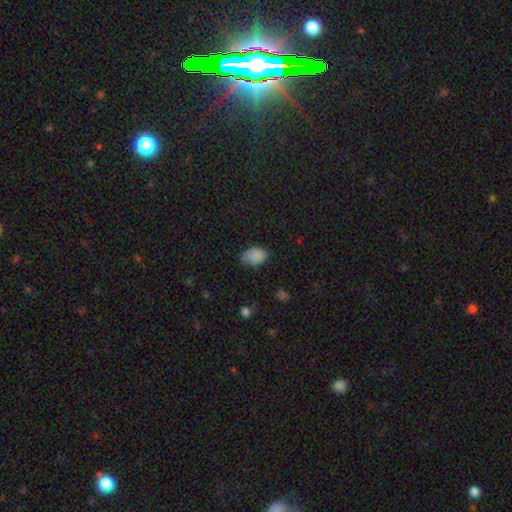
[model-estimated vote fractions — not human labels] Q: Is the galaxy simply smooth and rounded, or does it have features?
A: smooth — 85%.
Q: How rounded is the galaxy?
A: in between — 83%.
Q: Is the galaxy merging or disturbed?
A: none — 55%.